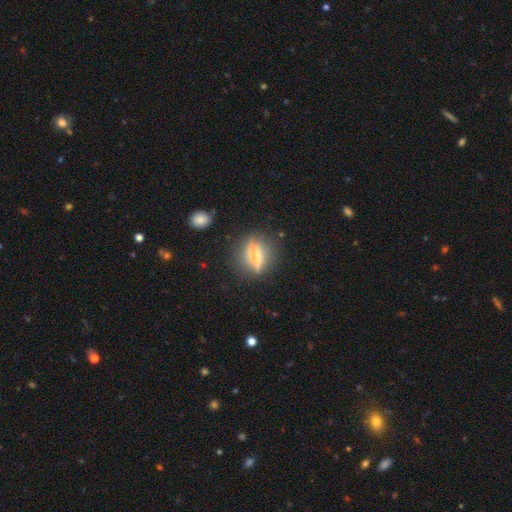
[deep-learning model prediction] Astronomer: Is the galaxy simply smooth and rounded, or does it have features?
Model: featured or disk — 45% (runner-up: smooth, 43%).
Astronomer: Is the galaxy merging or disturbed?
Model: none — 63%.